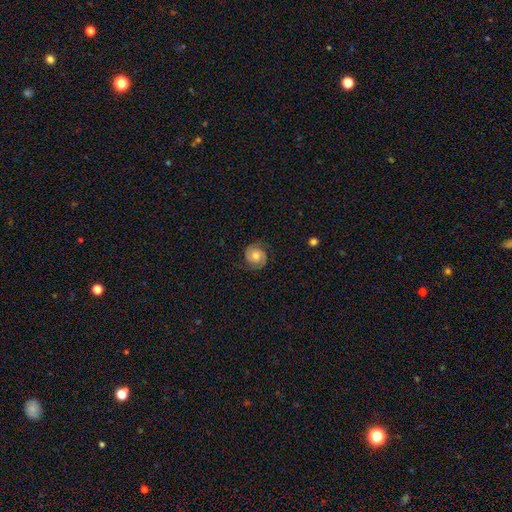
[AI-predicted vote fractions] Smooth or featured? Predicted: featured or disk (p=0.69). Edge-on disk? Predicted: no (p=0.98). Bar? Predicted: no (p=0.74). Spiral arms? Predicted: yes (p=0.93). Spiral winding? Predicted: tight (p=0.52). Spiral arm count? Predicted: 2 (p=0.83). Bulge size? Predicted: moderate (p=0.69). Merging? Predicted: none (p=0.79).